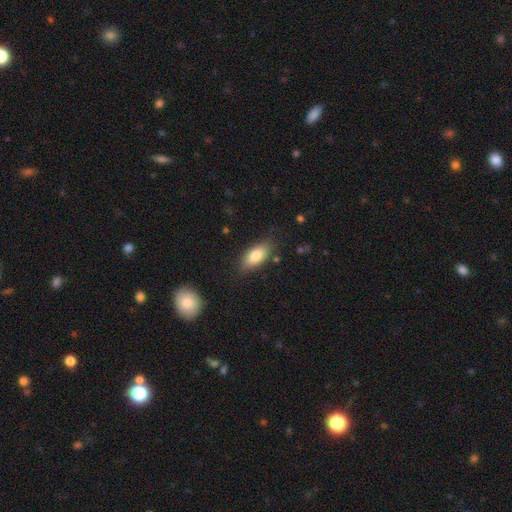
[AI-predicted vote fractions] Overall: smooth (81%). How rounded: in between (85%). Merging: none (82%).